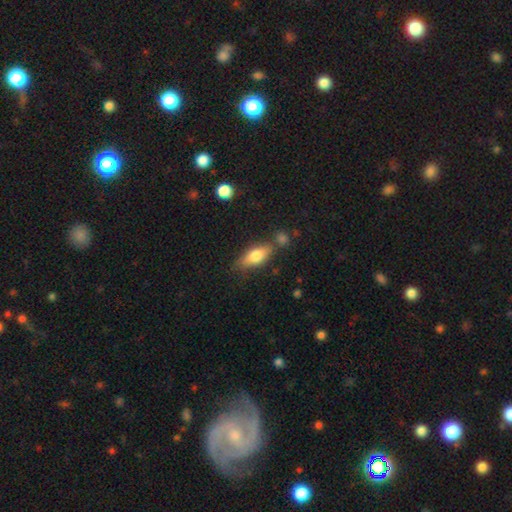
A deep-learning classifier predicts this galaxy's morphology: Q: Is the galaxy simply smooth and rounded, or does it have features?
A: smooth — 69%.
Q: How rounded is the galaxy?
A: in between — 70%.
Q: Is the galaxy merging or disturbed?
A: none — 69%.